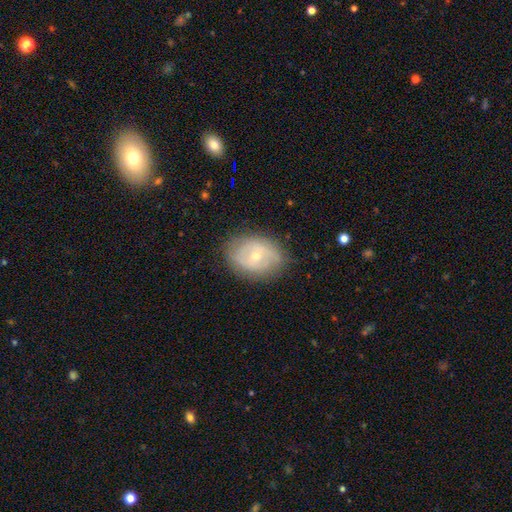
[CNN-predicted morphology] A featured or disk galaxy (58%) with no bar (61%), spiral arms (55%) and a small central bulge (57%).

Vote fractions:
- Smooth or featured? featured or disk: 58% / smooth: 34% / star or artifact: 7%
- Edge-on disk? no: 94% / yes: 6%
- Bar? no: 61% / weak: 30% / strong: 8%
- Spiral arms? yes: 55% / no: 45%
- Bulge size? small: 57% / moderate: 40% / large: 1% / none: 1% / dominant: 1%
- Merging? none: 79% / minor disturbance: 15% / major disturbance: 5% / merger: 1%